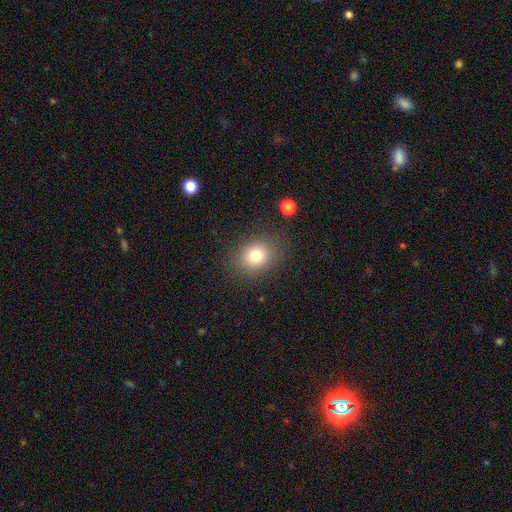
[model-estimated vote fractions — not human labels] Morphology: type=smooth (78%); roundness=round (54%); merging=none (85%).